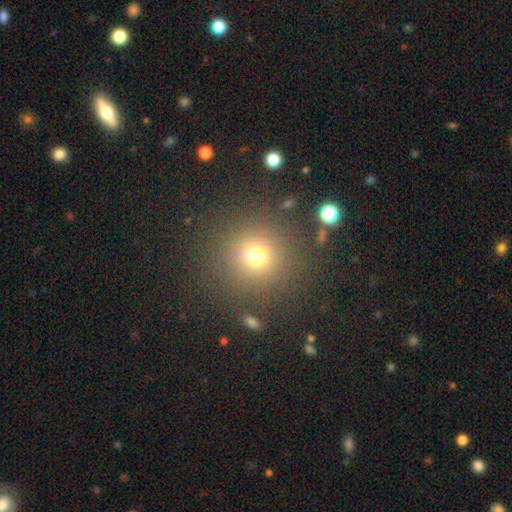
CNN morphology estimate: type=smooth (71%); roundness=round (93%); merging=none (86%).